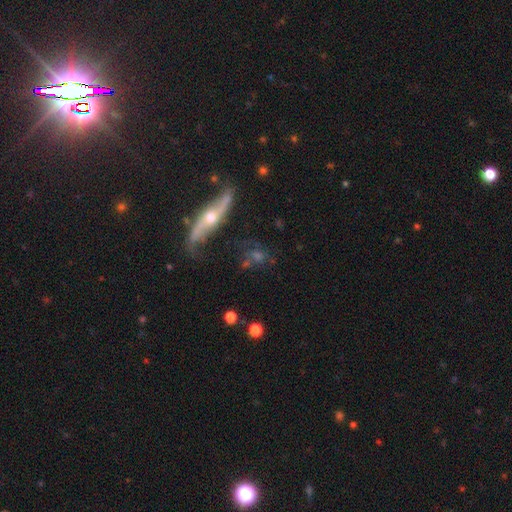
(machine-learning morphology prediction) Smooth or featured? featured or disk (58%)
Edge-on disk? no (61%)
Merging? none (62%)